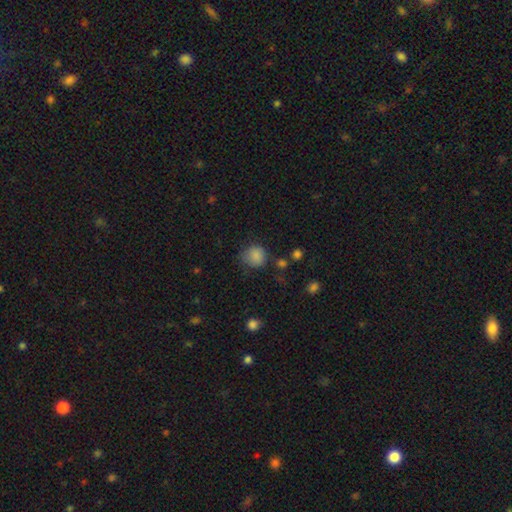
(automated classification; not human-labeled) smooth 83%, star or artifact 11%, featured or disk 6%. Down the decision tree: how rounded — round (81%); merging — none (65%).